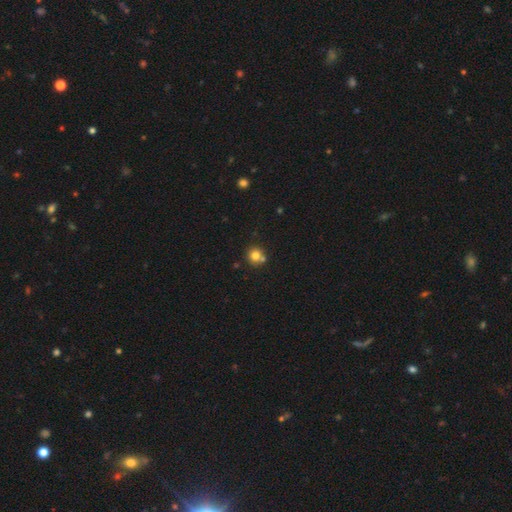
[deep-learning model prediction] Smooth or featured? Predicted: smooth (p=0.78). How rounded? Predicted: round (p=0.91). Merging? Predicted: none (p=0.66).